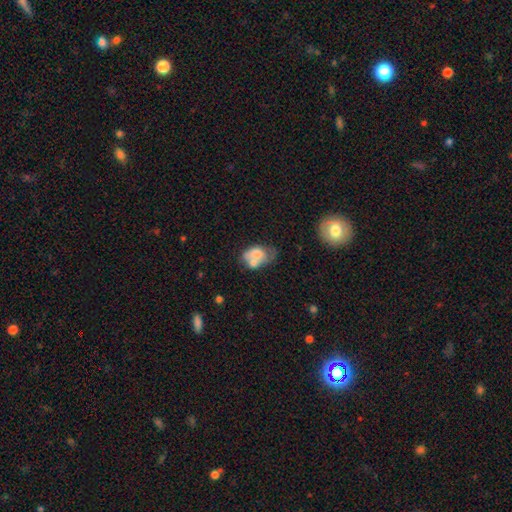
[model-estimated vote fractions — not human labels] Q: Smooth or featured?
A: smooth (60%); runner-up: featured or disk (31%)
Q: How rounded?
A: in between (80%); runner-up: round (18%)
Q: Merging?
A: merger (43%); runner-up: none (24%)